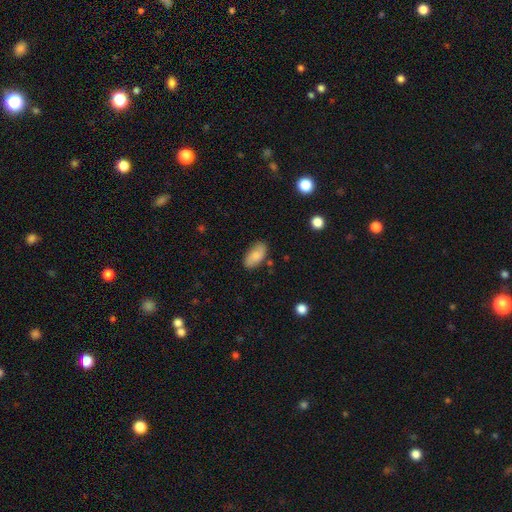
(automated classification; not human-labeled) Smooth or featured? smooth (82%)
How rounded? in between (94%)
Merging? none (82%)